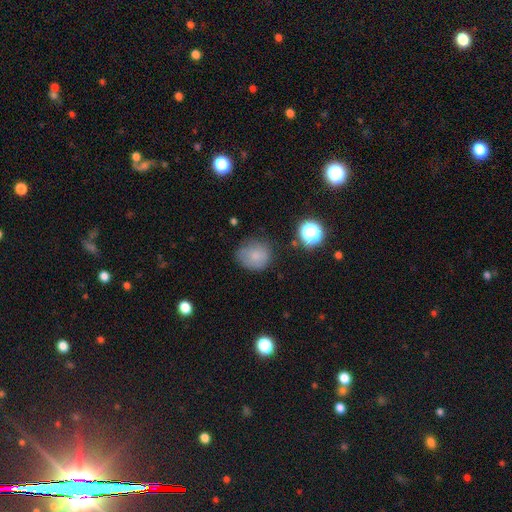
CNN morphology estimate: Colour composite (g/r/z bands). It shows a smooth galaxy with no disk features (76%) that is round (81%). Merging: none (66%).